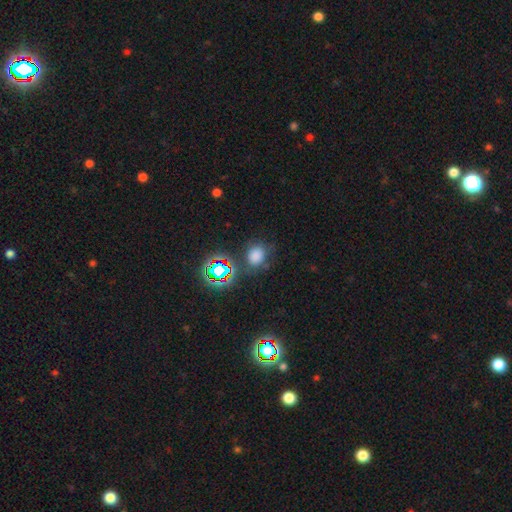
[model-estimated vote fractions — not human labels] Smooth or featured? Predicted: smooth (p=0.68). How rounded? Predicted: round (p=0.75). Merging? Predicted: none (p=0.74).